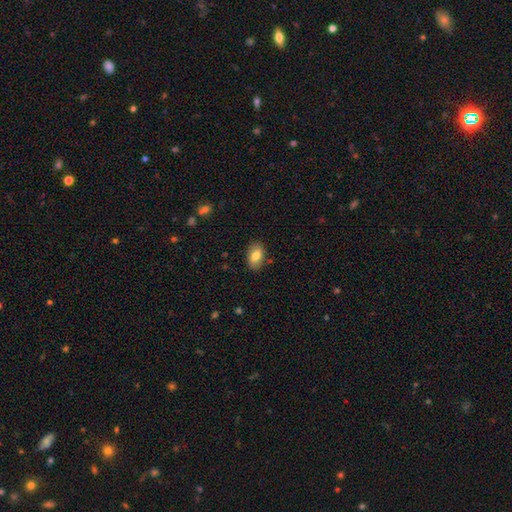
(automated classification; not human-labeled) Morphology: type=smooth (79%); roundness=in between (90%); merging=none (83%).